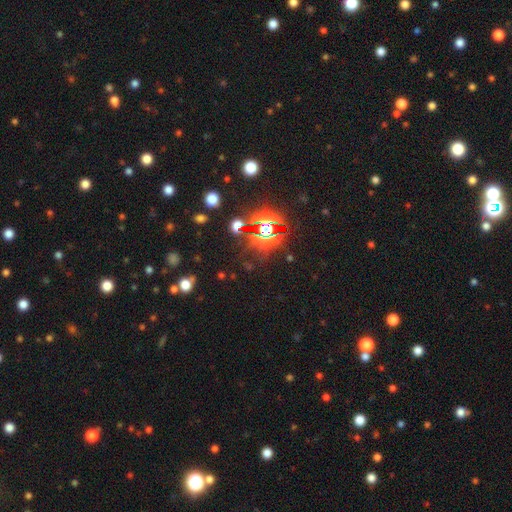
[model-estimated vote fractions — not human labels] smooth-or-featured: star or artifact: 78% | smooth: 15% | featured or disk: 7%